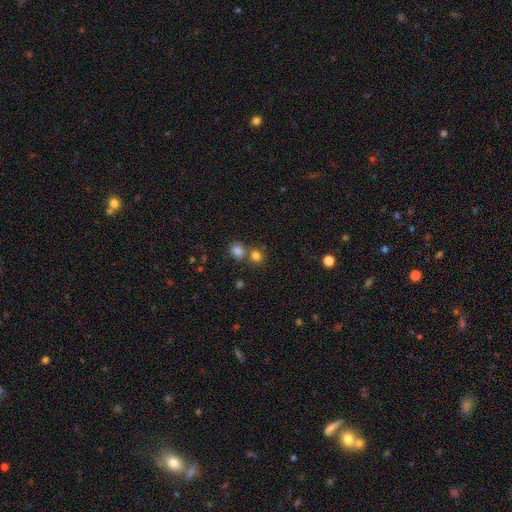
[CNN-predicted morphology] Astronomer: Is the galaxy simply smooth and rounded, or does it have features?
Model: smooth — 79%.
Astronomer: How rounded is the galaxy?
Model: round — 75%.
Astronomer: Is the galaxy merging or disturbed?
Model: none — 57% (runner-up: merger, 32%).